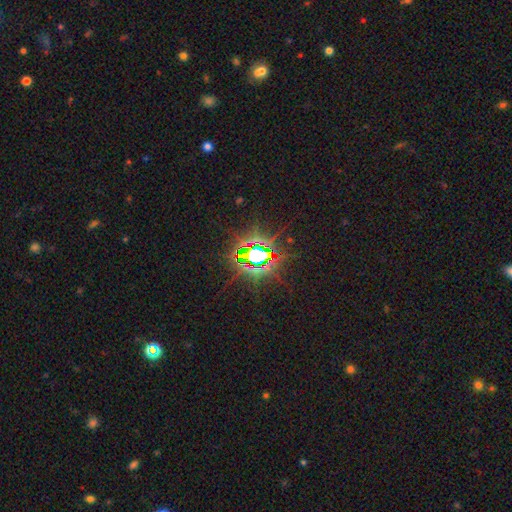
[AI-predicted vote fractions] smooth-or-featured: star or artifact: 80% | featured or disk: 10% | smooth: 10%